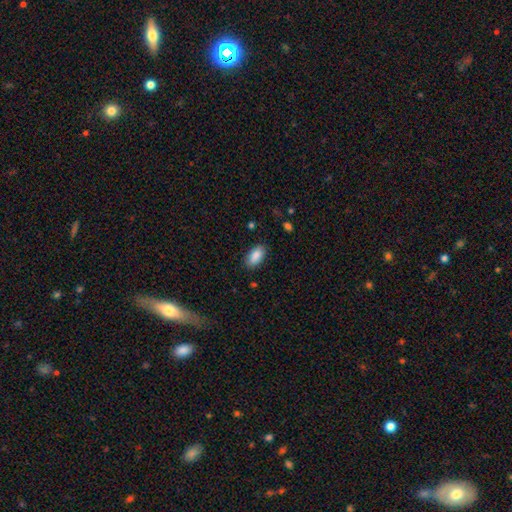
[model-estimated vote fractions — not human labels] smooth-or-featured: smooth: 88% | star or artifact: 7% | featured or disk: 5%
  how-rounded: in between: 92% | cigar-shaped: 5% | round: 3%
  merging: none: 85% | minor disturbance: 11% | major disturbance: 3% | merger: 1%